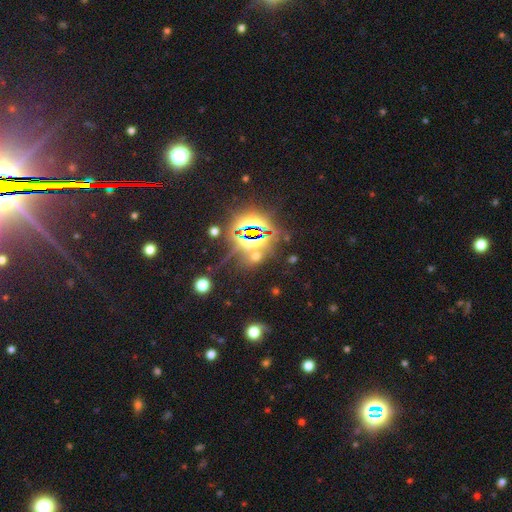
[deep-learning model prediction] smooth_or_featured: star or artifact (p=0.65) [alt: smooth p=0.25]